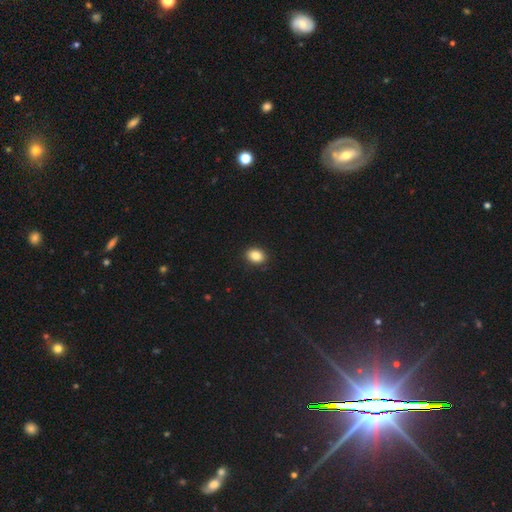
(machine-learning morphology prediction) Overall: smooth (86%). How rounded: in between (63%; round 36%). Merging: none (90%).